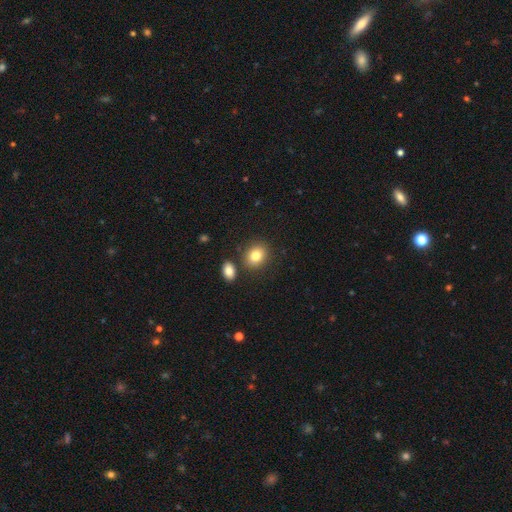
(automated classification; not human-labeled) Q: Smooth or featured?
A: smooth (82%); runner-up: star or artifact (9%)
Q: How rounded?
A: round (57%); runner-up: in between (42%)
Q: Merging?
A: none (78%); runner-up: merger (10%)